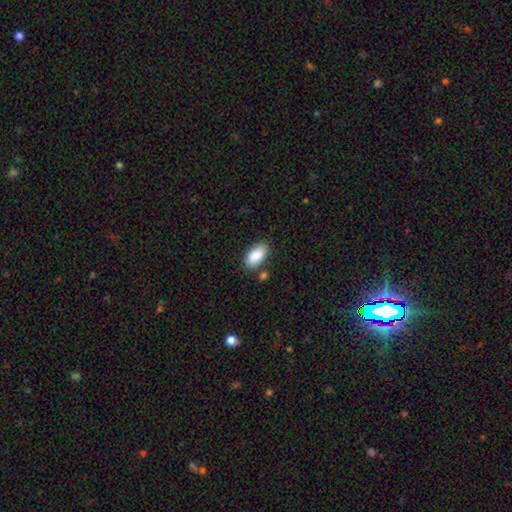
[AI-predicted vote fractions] This is clearly a smooth galaxy (88%). How rounded: clearly in between (94%). Merging: likely none (78%).